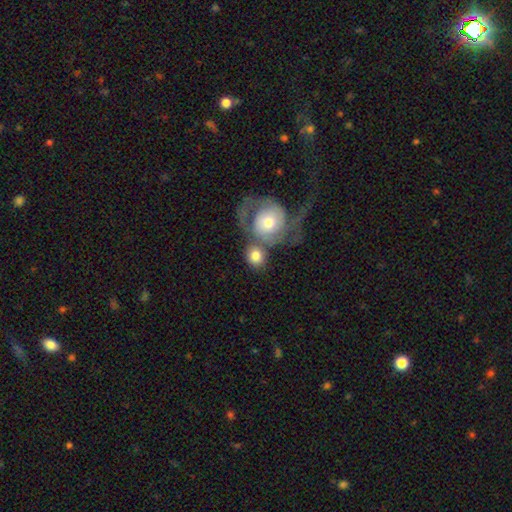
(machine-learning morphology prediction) This appears to be a smooth galaxy with no disk features (70%) that is round (79%). Merging: merger (41%).